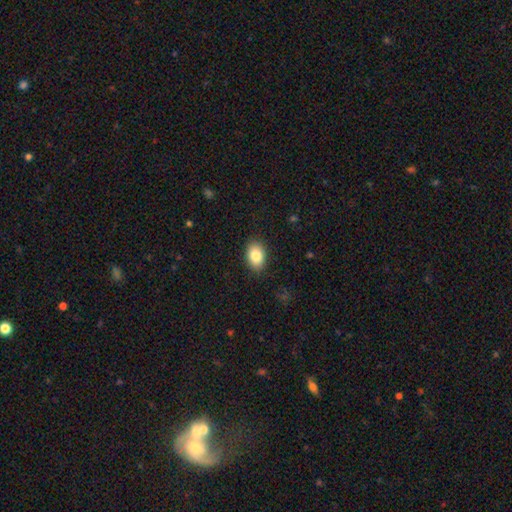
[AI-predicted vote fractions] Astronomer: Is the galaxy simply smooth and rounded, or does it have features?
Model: smooth — 84%.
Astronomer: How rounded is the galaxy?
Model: in between — 84%.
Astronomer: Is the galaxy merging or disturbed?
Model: none — 87%.